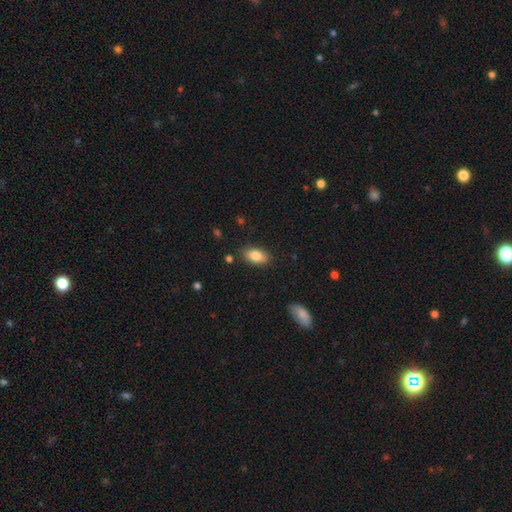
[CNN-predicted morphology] This appears to be a smooth galaxy with no disk features (83%) that is in between round and cigar-shaped (90%). Merging: none (84%).